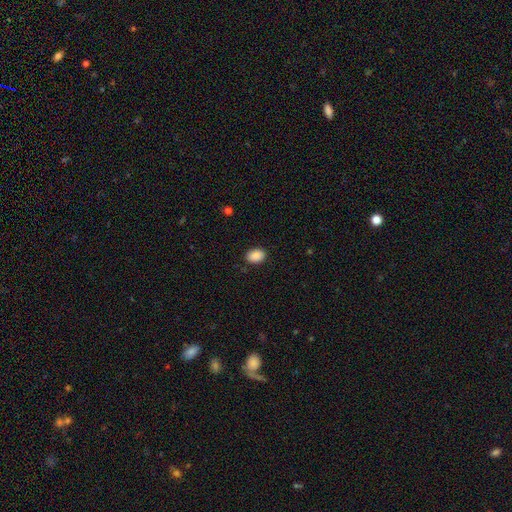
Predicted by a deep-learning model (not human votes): smooth-or-featured: smooth: 90% | star or artifact: 8% | featured or disk: 3%
  how-rounded: in between: 79% | round: 20% | cigar-shaped: 1%
  merging: none: 88% | minor disturbance: 9% | major disturbance: 2% | merger: 1%